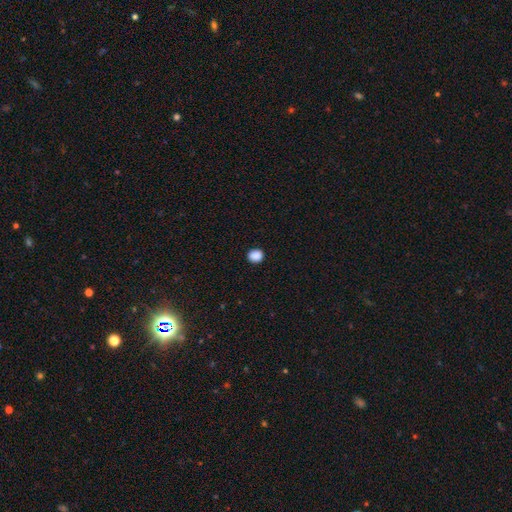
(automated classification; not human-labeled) smooth_or_featured: smooth (p=0.89) [alt: star or artifact p=0.09]
how_rounded: round (p=0.79) [alt: in between p=0.20]
merging: none (p=0.91) [alt: minor disturbance p=0.06]